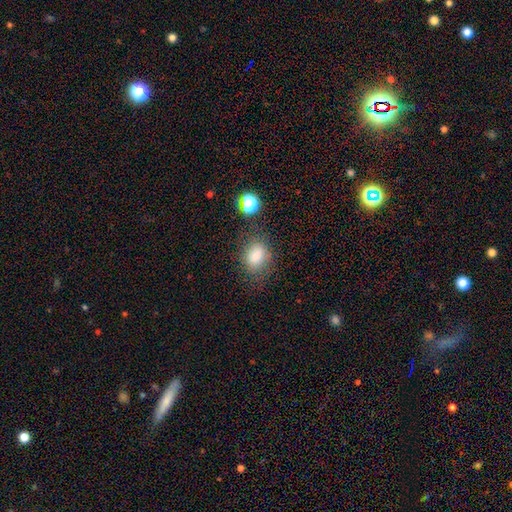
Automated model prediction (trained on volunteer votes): Smooth or featured?
  - smooth: 79% *
  - star or artifact: 13%
  - featured or disk: 8%
How rounded?
  - in between: 68% *
  - round: 30%
  - cigar-shaped: 2%
Merging?
  - none: 70% *
  - minor disturbance: 18%
  - major disturbance: 7%
  - merger: 5%